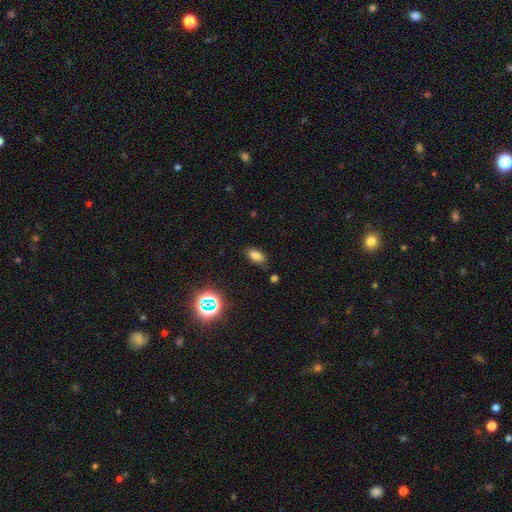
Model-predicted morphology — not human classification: This is likely a smooth galaxy (75%). How rounded: clearly in between (88%). Merging: clearly none (80%).